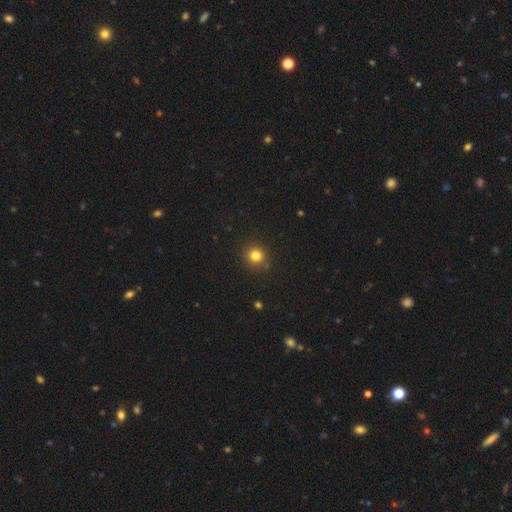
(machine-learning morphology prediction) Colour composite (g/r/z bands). It shows a smooth galaxy with no disk features (81%) that is round (90%). Merging: none (88%).